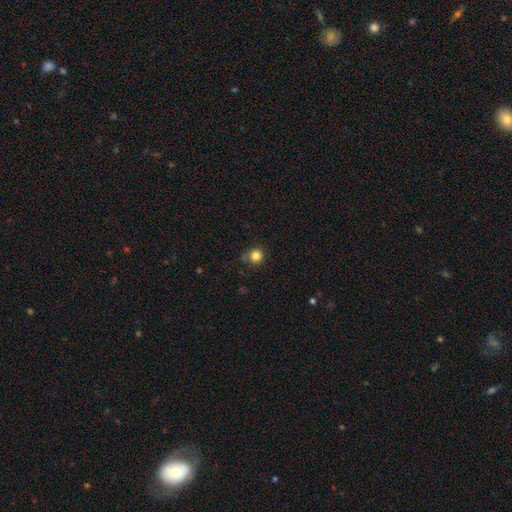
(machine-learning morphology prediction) Smooth or featured?
  - smooth: 83% *
  - star or artifact: 12%
  - featured or disk: 4%
How rounded?
  - round: 92% *
  - in between: 7%
  - cigar-shaped: 1%
Merging?
  - none: 78% *
  - minor disturbance: 15%
  - major disturbance: 4%
  - merger: 3%